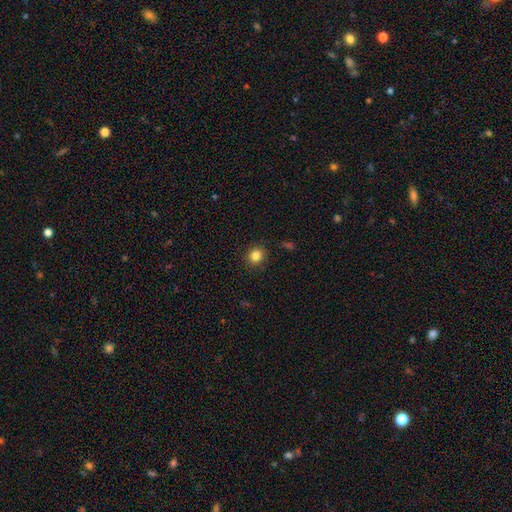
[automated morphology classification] The model was most divided on "smooth or featured": smooth: 84%, star or artifact: 11%, featured or disk: 5%. More confident: merging — none (89%); how rounded — round (86%).